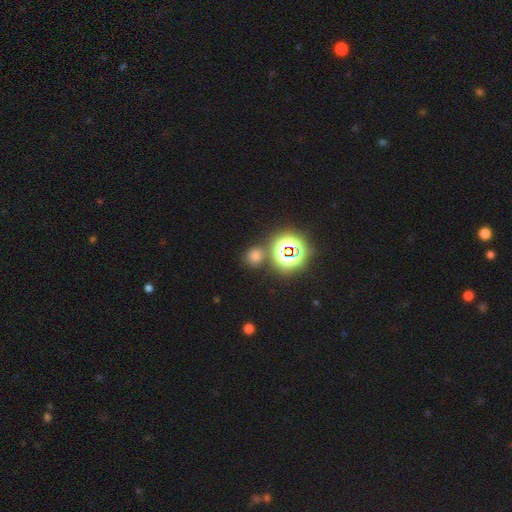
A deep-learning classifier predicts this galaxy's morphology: A smooth galaxy with no disk features (58%) that is round (78%).

Vote fractions:
- Smooth or featured? smooth: 58% / star or artifact: 35% / featured or disk: 7%
- How rounded? round: 78% / in between: 21% / cigar-shaped: 1%
- Merging? none: 74% / merger: 11% / minor disturbance: 11% / major disturbance: 4%